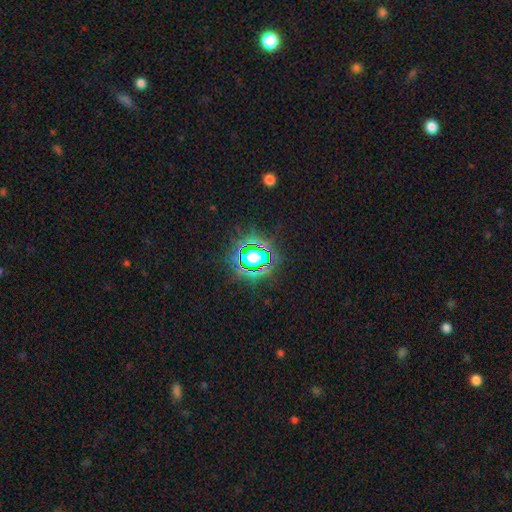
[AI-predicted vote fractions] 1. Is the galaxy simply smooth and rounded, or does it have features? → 80% star or artifact, 13% smooth, 7% featured or disk.